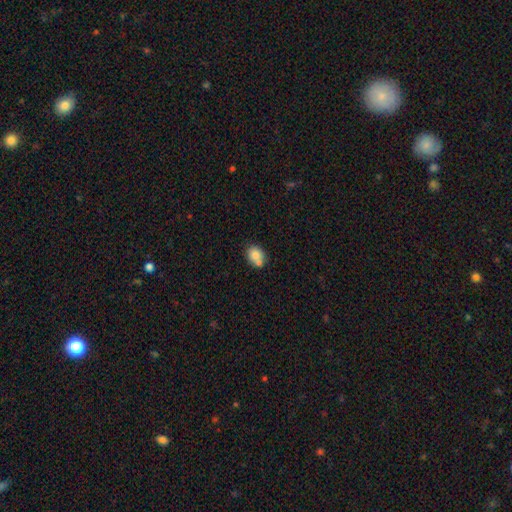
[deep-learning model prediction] Smooth or featured? smooth (79%)
How rounded? round (54%)
Merging? none (51%)